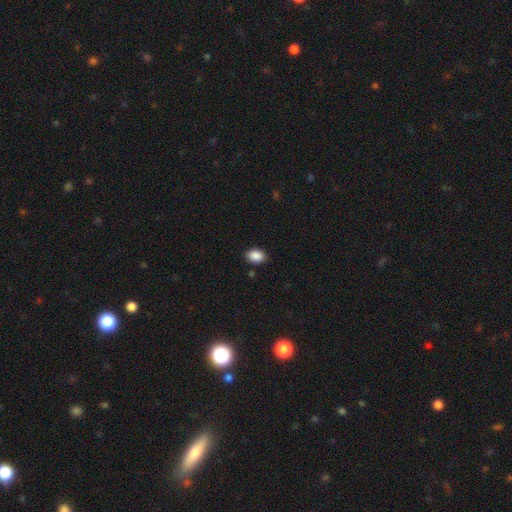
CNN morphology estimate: Q: Smooth or featured?
A: smooth (89%); runner-up: star or artifact (8%)
Q: How rounded?
A: in between (83%); runner-up: round (16%)
Q: Merging?
A: none (87%); runner-up: minor disturbance (10%)